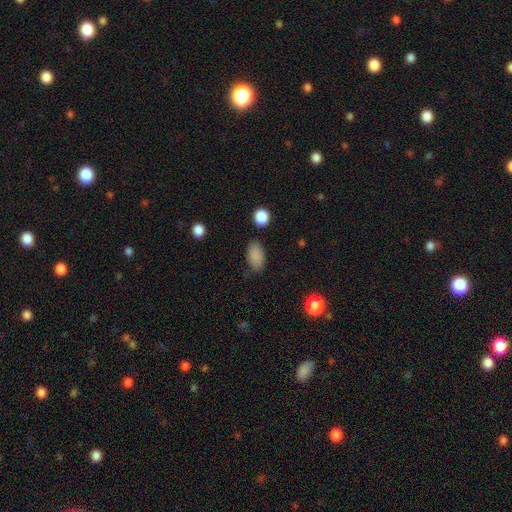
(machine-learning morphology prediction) This appears to be a smooth galaxy with no disk features (87%) that is in between round and cigar-shaped (92%). Merging: none (78%).